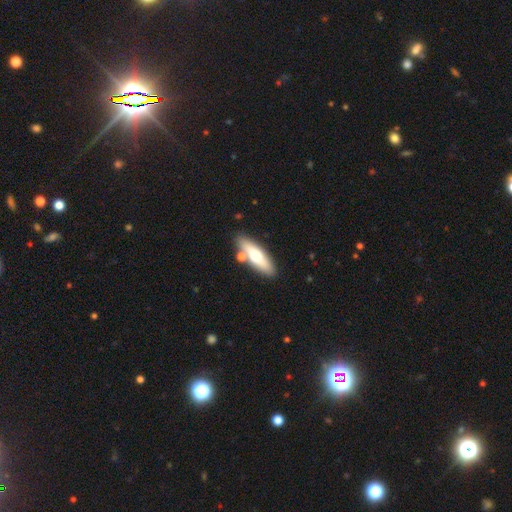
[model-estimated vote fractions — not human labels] Smooth or featured?
  - smooth: 57% *
  - featured or disk: 37%
  - star or artifact: 6%
How rounded?
  - cigar-shaped: 54% *
  - in between: 43%
  - round: 3%
Merging?
  - none: 78% *
  - minor disturbance: 10%
  - merger: 9%
  - major disturbance: 3%